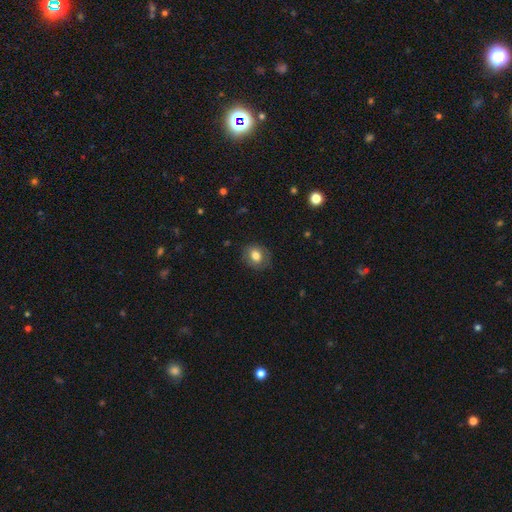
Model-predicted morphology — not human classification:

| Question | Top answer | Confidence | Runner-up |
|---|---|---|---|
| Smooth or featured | smooth | 74% | featured or disk (17%) |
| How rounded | round | 61% | in between (38%) |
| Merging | none | 81% | minor disturbance (14%) |